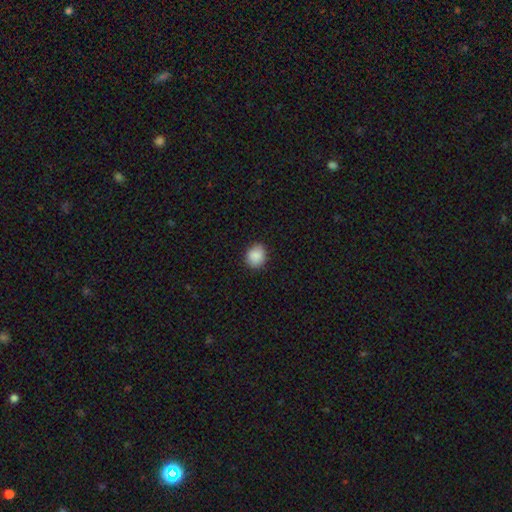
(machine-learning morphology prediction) smooth_or_featured: smooth (p=0.88) [alt: star or artifact p=0.08]
how_rounded: round (p=0.67) [alt: in between p=0.33]
merging: none (p=0.87) [alt: minor disturbance p=0.10]